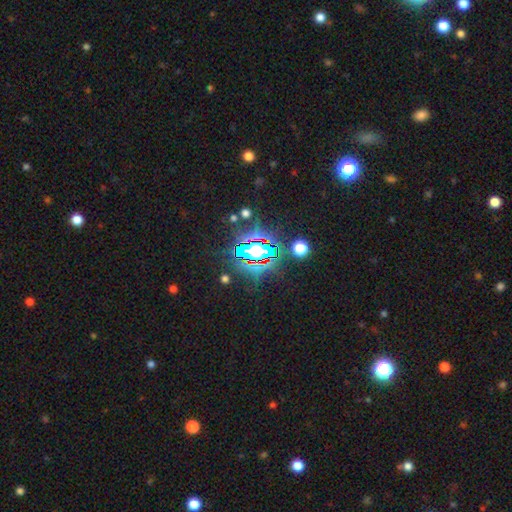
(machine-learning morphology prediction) This appears to be a star or artifact, not a galaxy (80%).